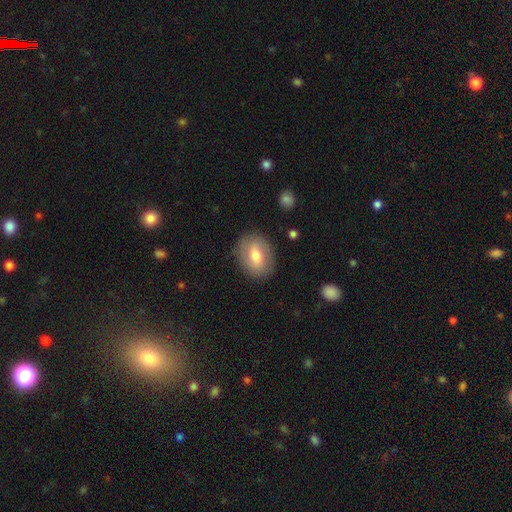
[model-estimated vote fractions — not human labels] This appears to be a smooth galaxy with no disk features (62%) that is in between round and cigar-shaped (72%). Merging: none (83%).